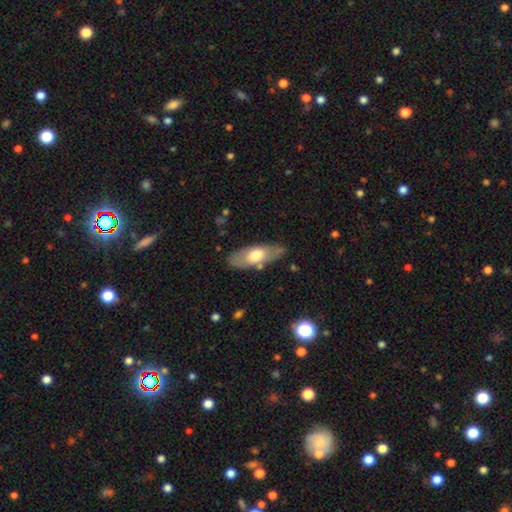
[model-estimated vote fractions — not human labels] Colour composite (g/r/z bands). It shows a smooth galaxy with no disk features (58%) that is in between round and cigar-shaped (79%). Merging: none (76%).